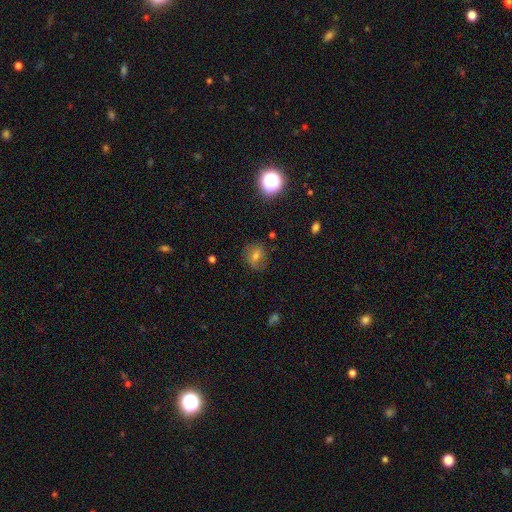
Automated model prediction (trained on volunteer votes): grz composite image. It shows a smooth galaxy with no disk features (59%) that is round (69%). Merging: none (77%).